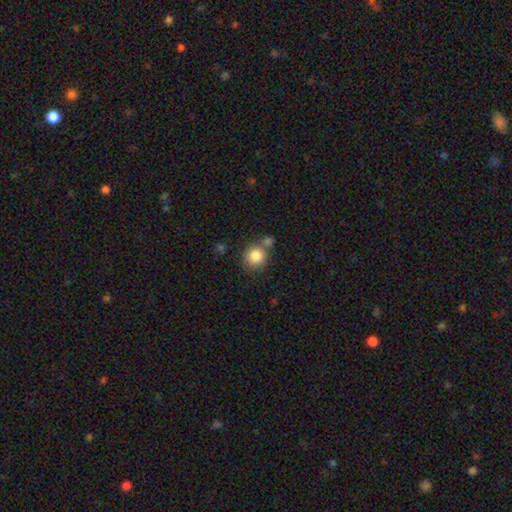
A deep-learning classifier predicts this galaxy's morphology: This appears to be a smooth galaxy with no disk features (84%) that is round (91%). Merging: none (65%).